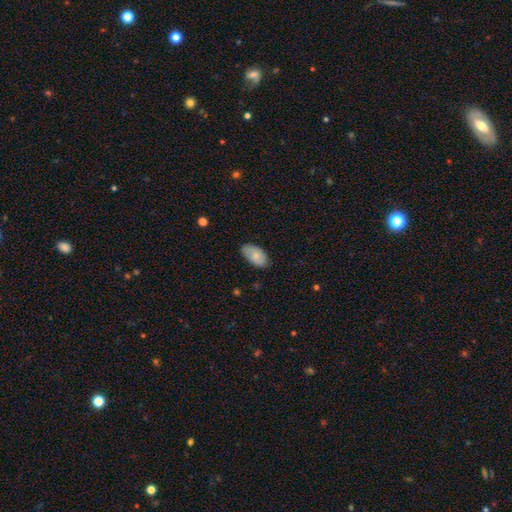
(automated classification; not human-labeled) A smooth galaxy with no disk features (81%) that is in between round and cigar-shaped (95%).

Vote fractions:
- Smooth or featured? smooth: 81% / featured or disk: 13% / star or artifact: 7%
- How rounded? in between: 95% / round: 4% / cigar-shaped: 2%
- Merging? none: 77% / minor disturbance: 19% / major disturbance: 3% / merger: 1%